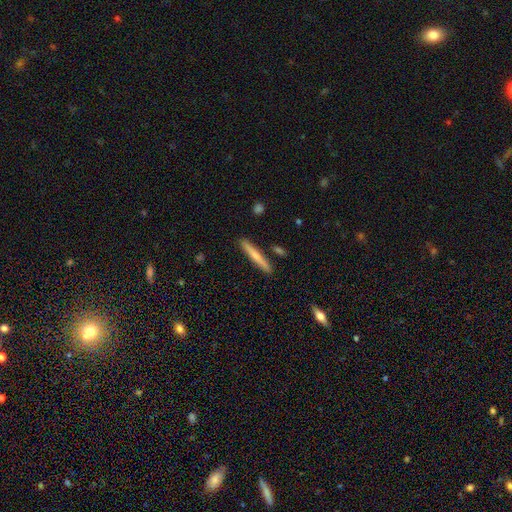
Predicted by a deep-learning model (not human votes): smooth-or-featured: smooth: 56% | featured or disk: 38% | star or artifact: 6%
  how-rounded: cigar-shaped: 95% | in between: 4% | round: 1%
  merging: none: 89% | minor disturbance: 7% | merger: 2% | major disturbance: 1%